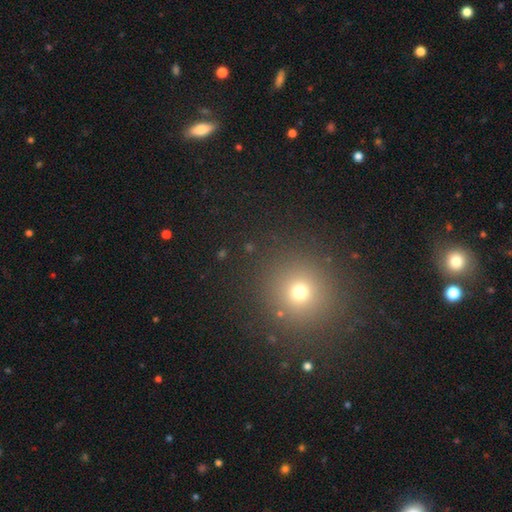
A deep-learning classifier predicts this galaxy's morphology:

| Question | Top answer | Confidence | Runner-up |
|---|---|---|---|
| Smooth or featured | smooth | 55% | star or artifact (38%) |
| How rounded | round | 91% | in between (7%) |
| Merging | none | 91% | minor disturbance (5%) |